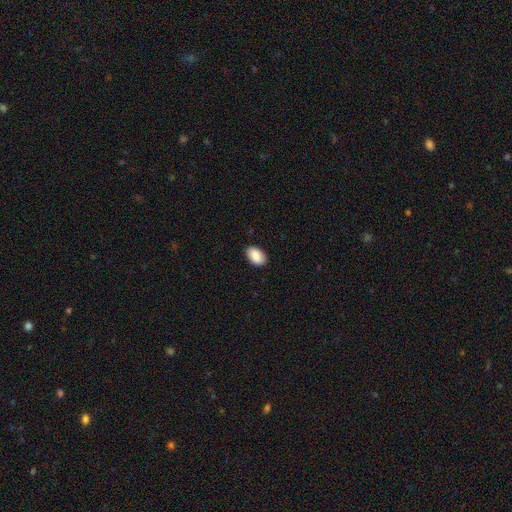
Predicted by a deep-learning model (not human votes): The model was most divided on "merging": none: 88%, minor disturbance: 9%, major disturbance: 2%, merger: 1%. More confident: how rounded — in between (93%); smooth or featured — smooth (90%).